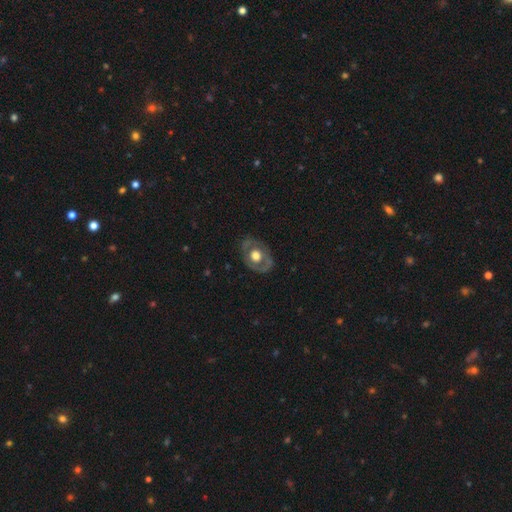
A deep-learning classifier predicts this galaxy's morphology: smooth-or-featured: featured or disk: 57% | smooth: 37% | star or artifact: 6%
  disk-edge-on: no: 92% | yes: 8%
    bar: no: 88% | weak: 9% | strong: 2%
    has-spiral-arms: no: 83% | yes: 17%
    bulge-size: large: 48% | moderate: 45% | dominant: 3% | small: 2% | none: 1%
  merging: none: 77% | minor disturbance: 16% | major disturbance: 6% | merger: 1%